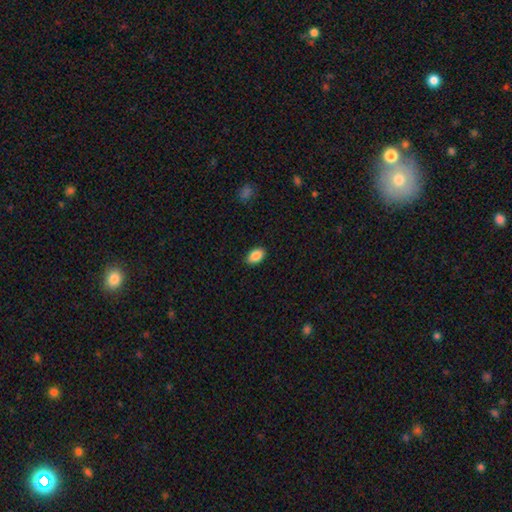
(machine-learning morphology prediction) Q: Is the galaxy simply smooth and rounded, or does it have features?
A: smooth — 88%.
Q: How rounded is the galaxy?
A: in between — 89%.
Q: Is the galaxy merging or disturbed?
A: none — 88%.